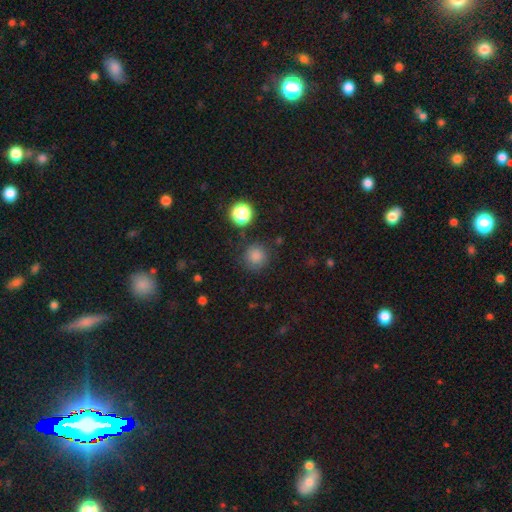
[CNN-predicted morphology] smooth_or_featured: smooth (p=0.79) [alt: star or artifact p=0.15]
how_rounded: round (p=0.93) [alt: in between p=0.06]
merging: none (p=0.81) [alt: minor disturbance p=0.12]